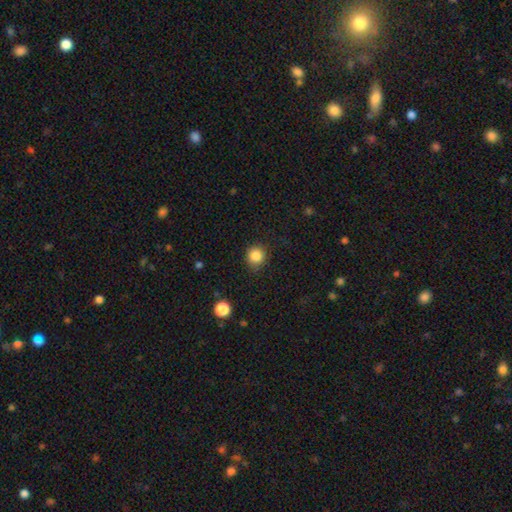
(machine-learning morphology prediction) Smooth or featured? Predicted: smooth (p=0.85). How rounded? Predicted: round (p=0.88). Merging? Predicted: none (p=0.83).